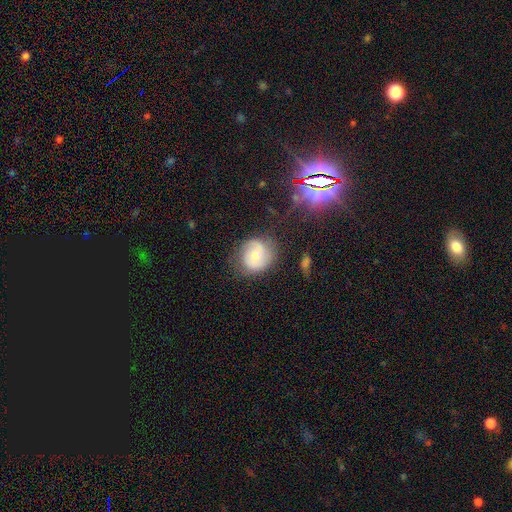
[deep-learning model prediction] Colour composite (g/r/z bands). It shows a featured or disk galaxy (53%) with no bar (63%), spiral arms (80%) and a moderate central bulge (62%). Merging: none (69%).